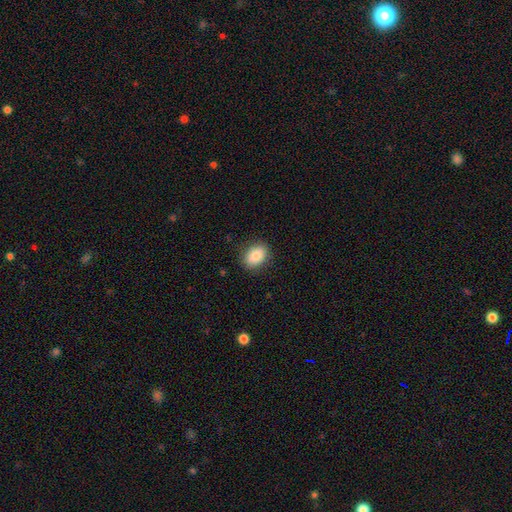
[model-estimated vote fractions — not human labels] Smooth or featured: smooth — 86% (star or artifact — 8%)
How rounded: in between — 71% (round — 28%)
Merging: none — 86% (minor disturbance — 10%)